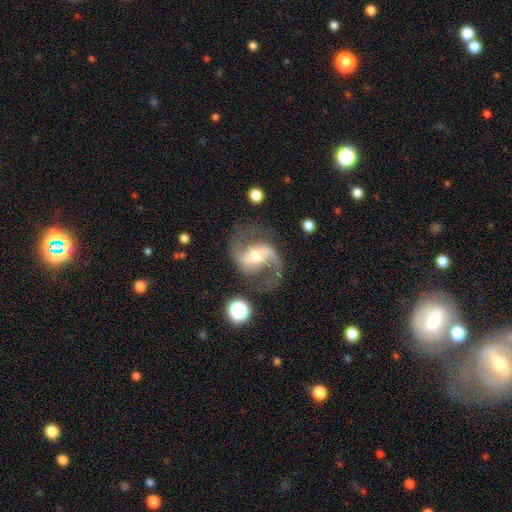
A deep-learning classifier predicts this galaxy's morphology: Smooth or featured: featured or disk — 90% (star or artifact — 5%)
Edge-on disk: no — 98% (yes — 2%)
Bar: weak — 43% (strong — 34%)
Spiral arms: yes — 97% (no — 3%)
Spiral winding: medium — 49% (loose — 43%)
Spiral arm count: 2 — 93% (1 — 2%)
Bulge size: moderate — 60% (small — 30%)
Merging: none — 75% (minor disturbance — 13%)